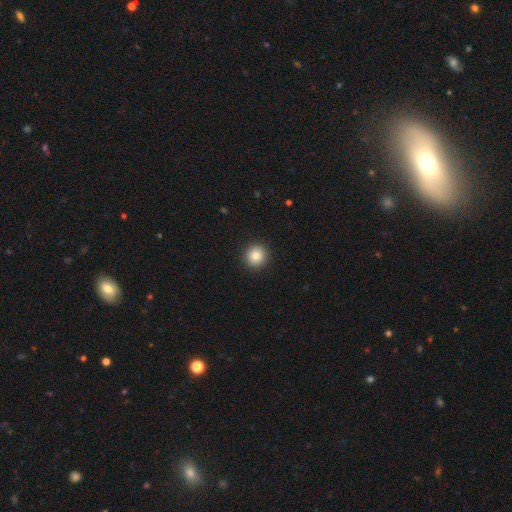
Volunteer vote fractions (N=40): A smooth galaxy with no disk features (92%) that is round (92%). Merging: none (100%).